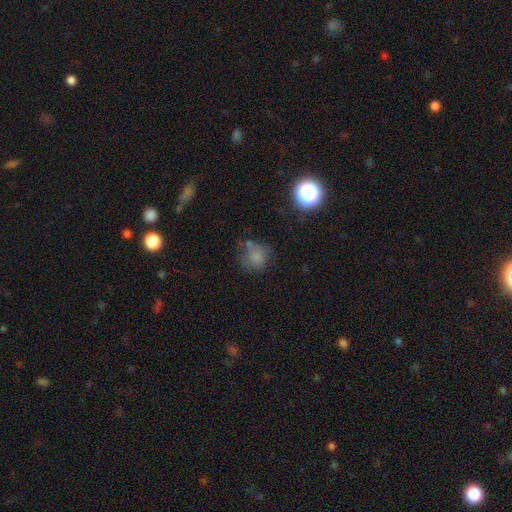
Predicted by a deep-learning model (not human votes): Smooth or featured?
  - smooth: 73% *
  - star or artifact: 16%
  - featured or disk: 12%
How rounded?
  - round: 79% *
  - in between: 20%
  - cigar-shaped: 1%
Merging?
  - none: 54% *
  - minor disturbance: 24%
  - major disturbance: 13%
  - merger: 9%